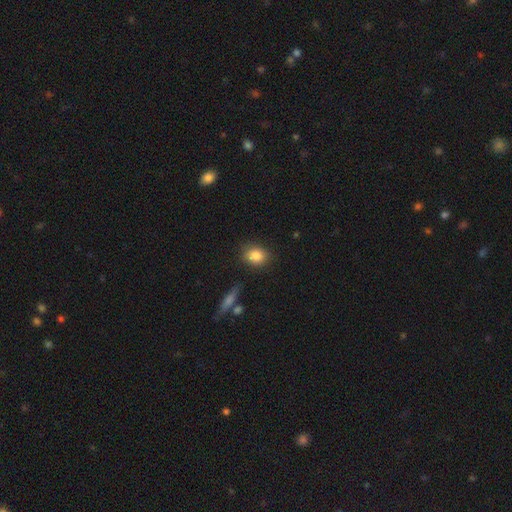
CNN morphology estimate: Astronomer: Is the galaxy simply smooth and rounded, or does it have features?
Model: smooth — 85%.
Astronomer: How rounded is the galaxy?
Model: round — 49%, tied with in between at 49%.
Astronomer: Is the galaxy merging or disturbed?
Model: none — 81%.